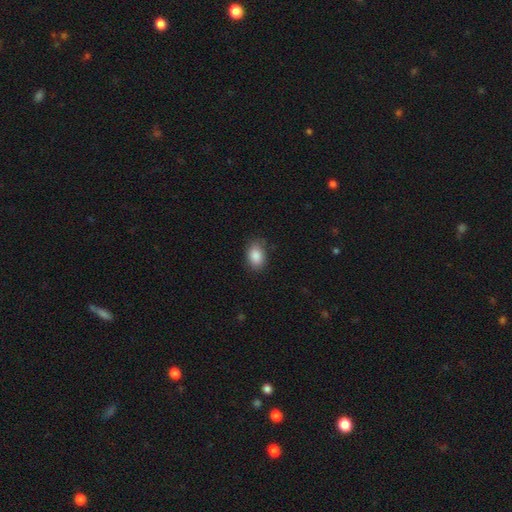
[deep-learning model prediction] smooth_or_featured: smooth (p=0.88) [alt: star or artifact p=0.07]
how_rounded: in between (p=0.84) [alt: round p=0.14]
merging: none (p=0.77) [alt: minor disturbance p=0.18]